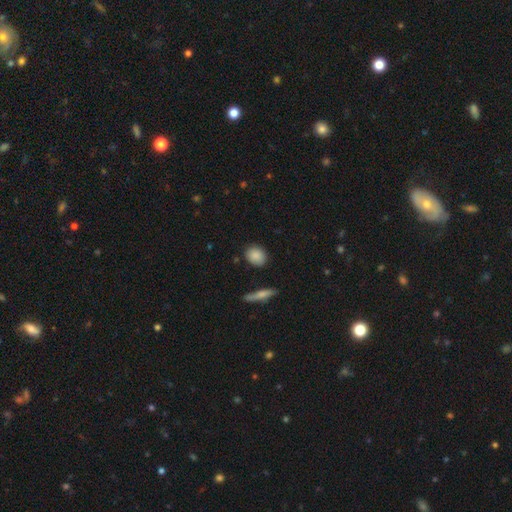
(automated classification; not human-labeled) This appears to be a smooth galaxy with no disk features (87%) that is round (55%). Merging: none (83%).